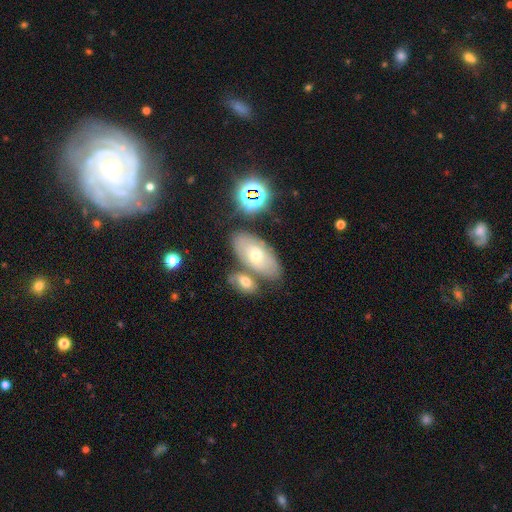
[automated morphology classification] Smooth or featured? smooth (52%)
How rounded? in between (91%)
Merging? none (66%)